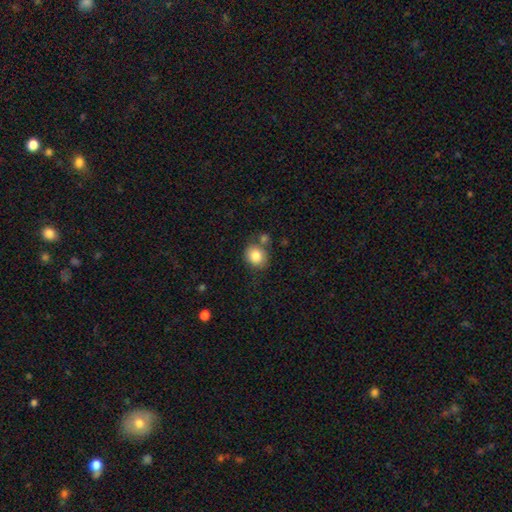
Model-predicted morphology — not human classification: Overall: smooth (83%). How rounded: round (69%; in between 30%). Merging: none (69%).